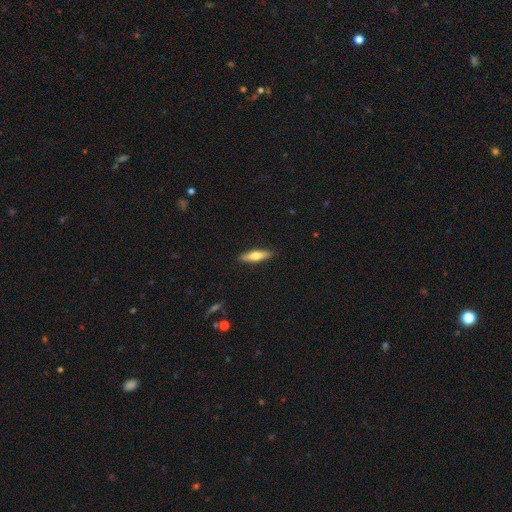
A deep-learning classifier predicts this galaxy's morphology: type=smooth (61%); roundness=cigar-shaped (65%); merging=none (90%).